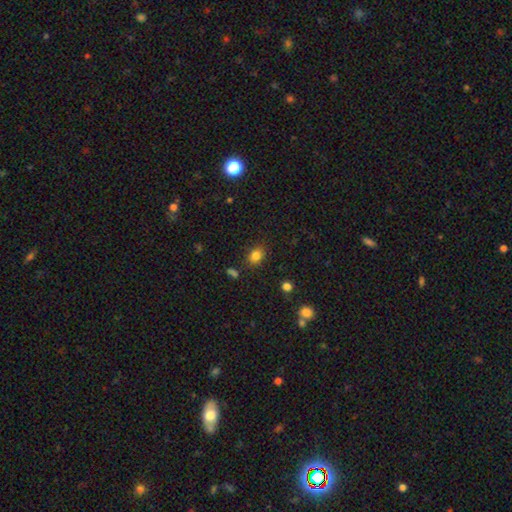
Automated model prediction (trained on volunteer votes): Smooth or featured? Predicted: smooth (p=0.82). How rounded? Predicted: in between (p=0.57). Merging? Predicted: none (p=0.82).